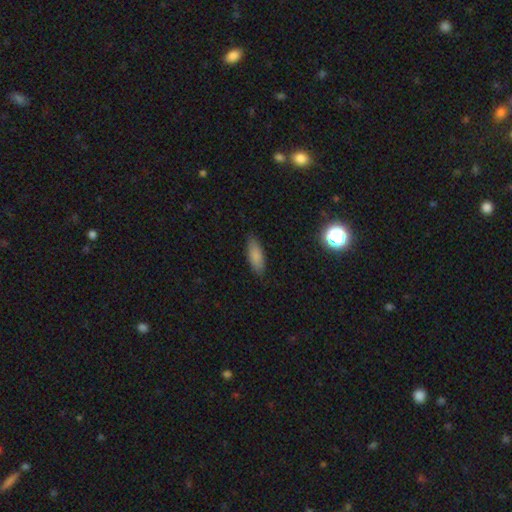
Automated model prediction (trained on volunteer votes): Smooth or featured?
  - smooth: 84% *
  - featured or disk: 8%
  - star or artifact: 7%
How rounded?
  - in between: 66% *
  - cigar-shaped: 32%
  - round: 2%
Merging?
  - none: 85% *
  - minor disturbance: 11%
  - major disturbance: 2%
  - merger: 1%